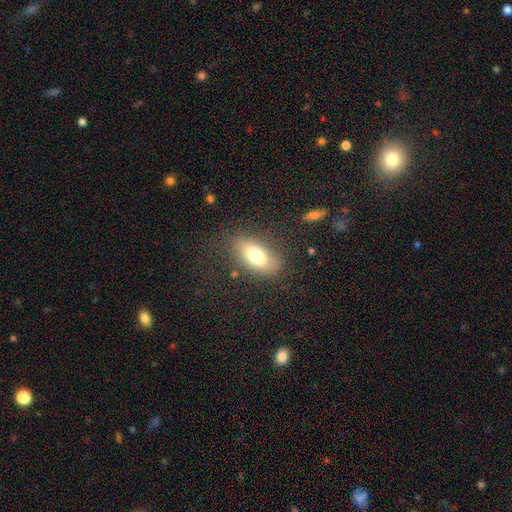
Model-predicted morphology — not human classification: smooth 73%, featured or disk 18%, star or artifact 8%. Down the decision tree: how rounded — in between (89%); merging — none (78%).